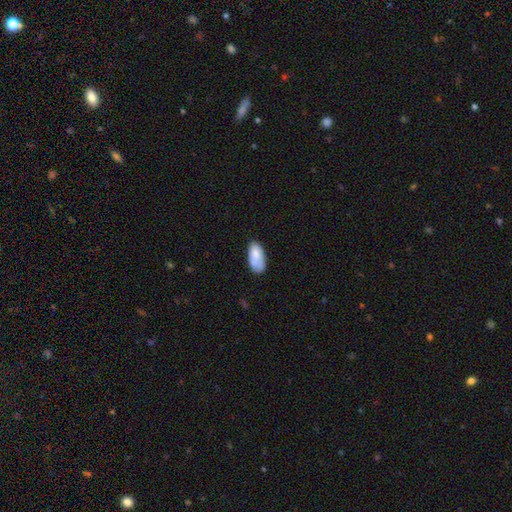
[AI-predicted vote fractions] smooth-or-featured: smooth: 75% | featured or disk: 18% | star or artifact: 7%
  how-rounded: in between: 93% | cigar-shaped: 4% | round: 3%
  merging: none: 55% | minor disturbance: 28% | merger: 9% | major disturbance: 8%